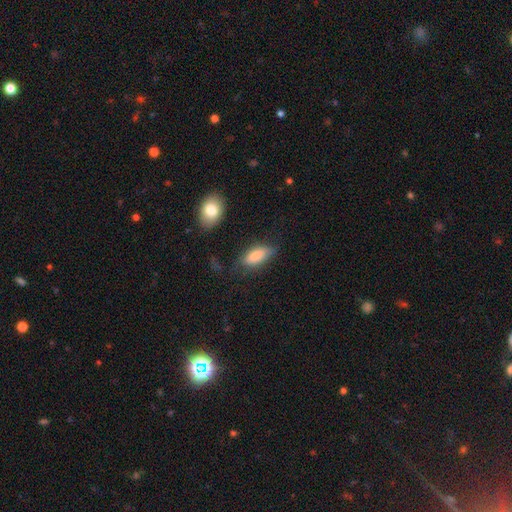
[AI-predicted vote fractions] smooth 82%, featured or disk 11%, star or artifact 7%. Down the decision tree: how rounded — in between (85%); merging — none (57%).